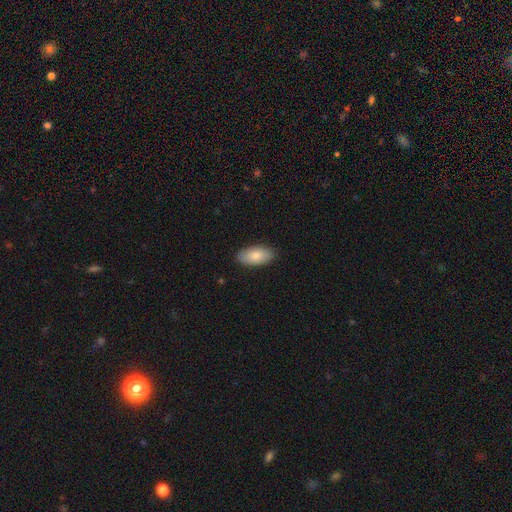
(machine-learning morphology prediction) smooth_or_featured: smooth (p=0.84) [alt: featured or disk p=0.10]
how_rounded: in between (p=0.94) [alt: cigar-shaped p=0.04]
merging: none (p=0.88) [alt: minor disturbance p=0.09]